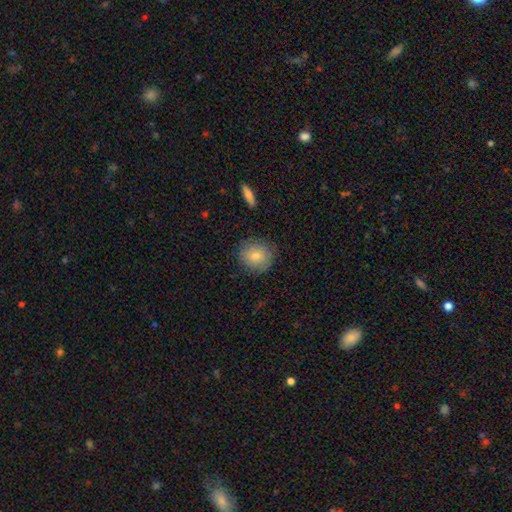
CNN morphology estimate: A smooth galaxy with no disk features (75%) that is round (89%). Merging: none (84%).